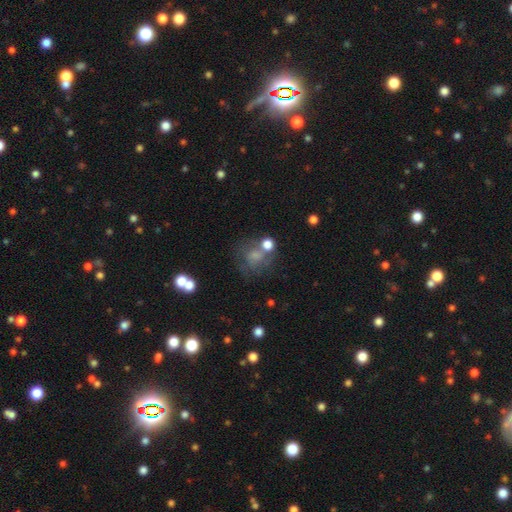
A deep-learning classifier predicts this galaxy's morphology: A smooth galaxy with no disk features (55%) that is round (73%).

Vote fractions:
- Smooth or featured? smooth: 55% / featured or disk: 30% / star or artifact: 15%
- How rounded? round: 73% / in between: 26% / cigar-shaped: 1%
- Merging? none: 44% / major disturbance: 20% / minor disturbance: 18% / merger: 18%